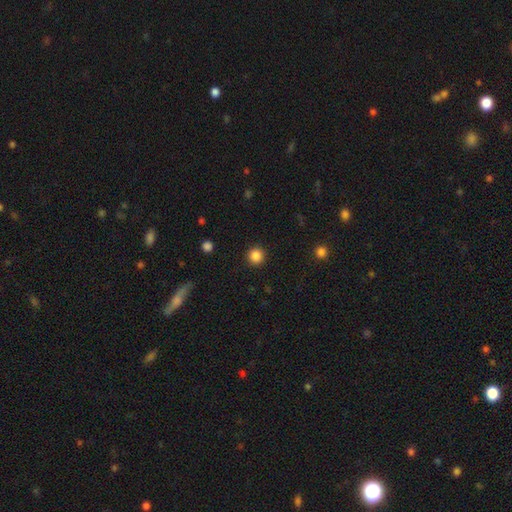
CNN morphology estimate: Overall: smooth (86%). How rounded: round (94%). Merging: none (92%).